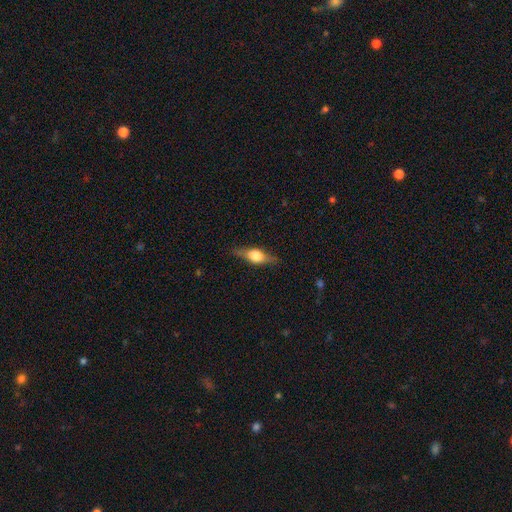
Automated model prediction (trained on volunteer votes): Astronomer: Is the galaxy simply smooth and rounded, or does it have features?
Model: featured or disk — 48% (runner-up: smooth, 45%).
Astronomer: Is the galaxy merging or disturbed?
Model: none — 80%.